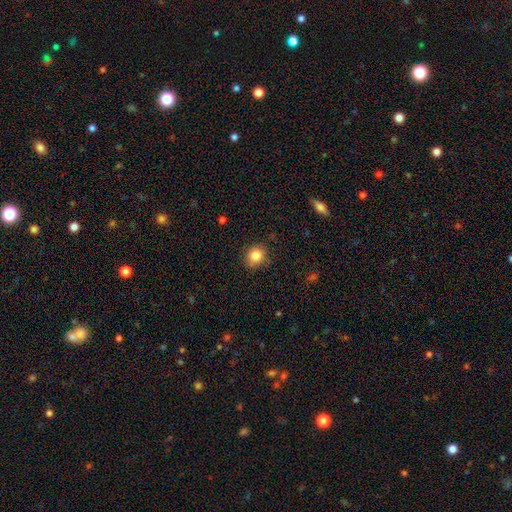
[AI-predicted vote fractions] Morphology: type=smooth (84%); roundness=round (76%); merging=none (81%).